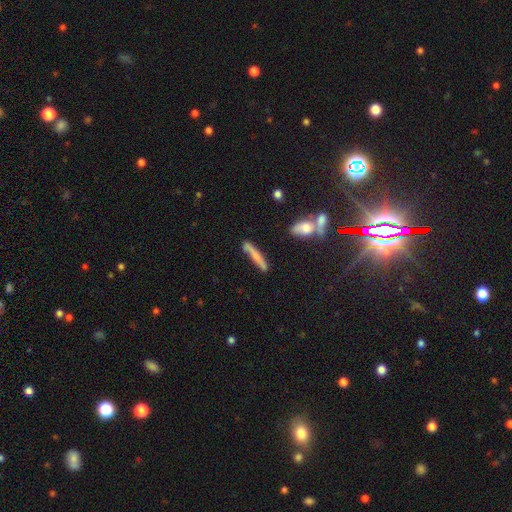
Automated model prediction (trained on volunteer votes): Overall: smooth (67%). How rounded: cigar-shaped (92%). Merging: none (72%).